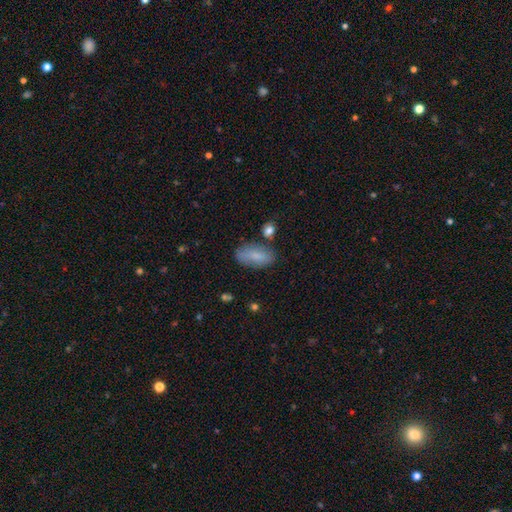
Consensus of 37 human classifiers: A smooth galaxy with no disk features (89%) that is in between round and cigar-shaped (97%). Merging: none (89%).